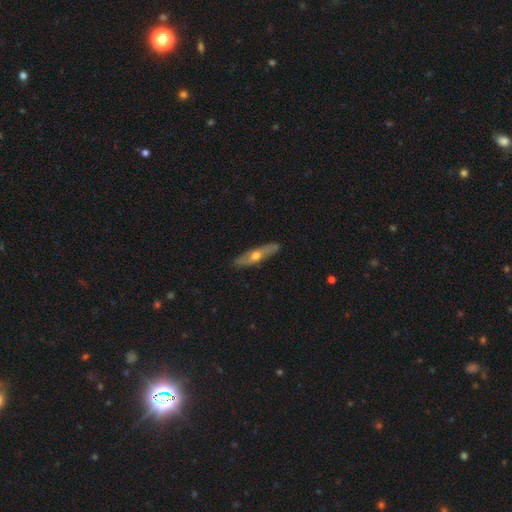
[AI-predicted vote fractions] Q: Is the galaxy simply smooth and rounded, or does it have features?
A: featured or disk — 60%.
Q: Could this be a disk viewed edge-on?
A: yes — 73%.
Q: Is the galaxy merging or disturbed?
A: none — 88%.